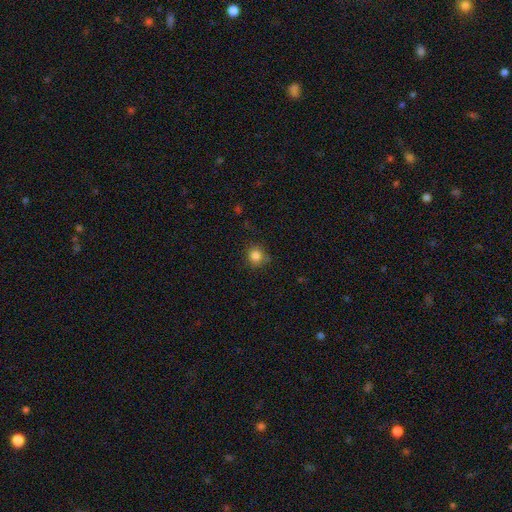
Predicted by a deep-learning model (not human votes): This appears to be a smooth galaxy with no disk features (84%) that is round (86%). Merging: none (81%).